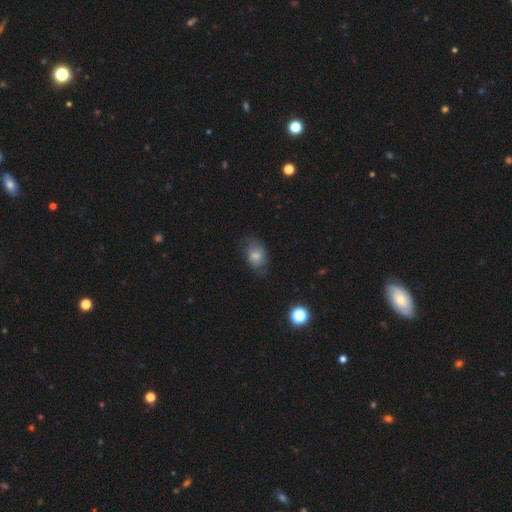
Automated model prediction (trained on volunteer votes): A smooth galaxy with no disk features (67%) that is in between round and cigar-shaped (70%). Merging: none (59%).